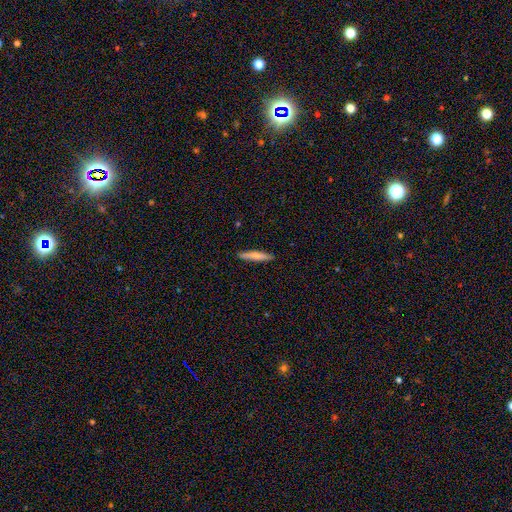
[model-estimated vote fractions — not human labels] This appears to be a smooth galaxy with no disk features (69%) that is cigar-shaped (92%). Merging: none (90%).